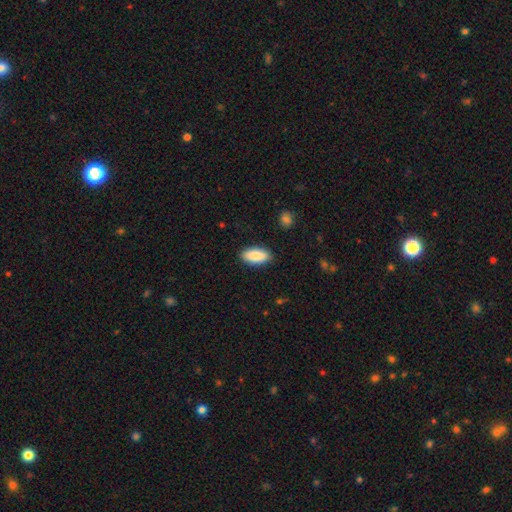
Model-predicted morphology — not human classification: The model was most divided on "merging": none: 87%, minor disturbance: 10%, major disturbance: 2%, merger: 1%. More confident: how rounded — in between (90%); smooth or featured — smooth (87%).